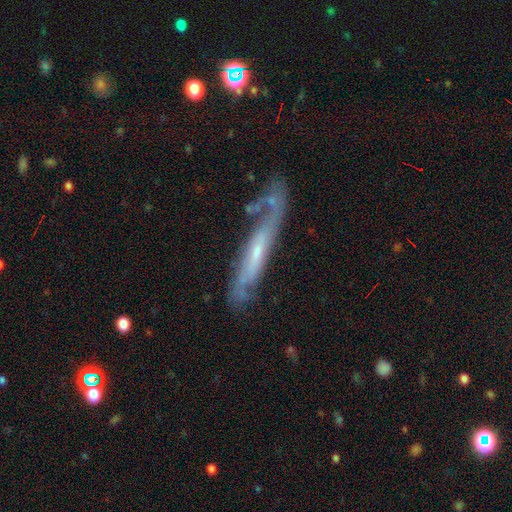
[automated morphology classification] This appears to be a featured or disk galaxy (73%) viewed edge-on (56%). Merging: none (60%).